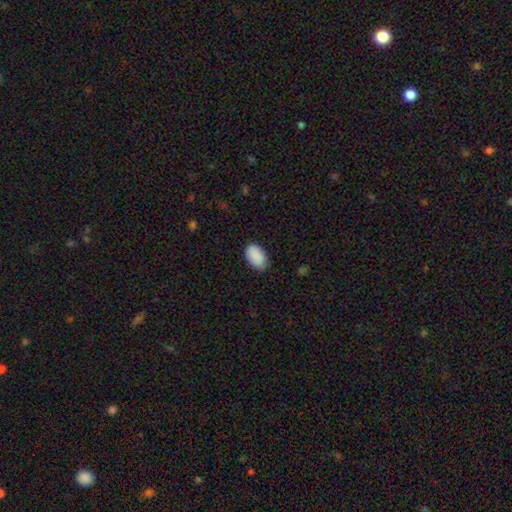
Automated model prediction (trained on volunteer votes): Smooth or featured? smooth (91%)
How rounded? in between (93%)
Merging? none (82%)